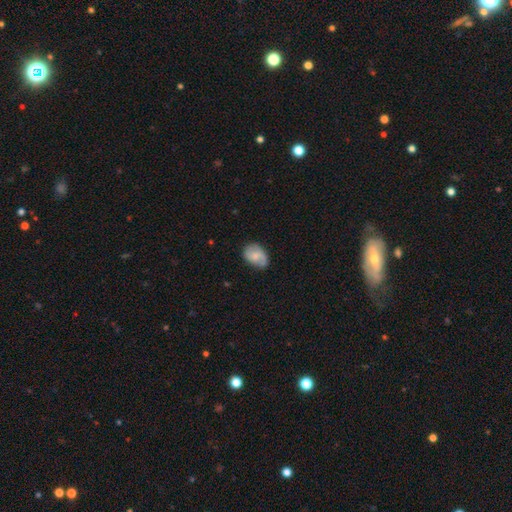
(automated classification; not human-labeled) Smooth or featured? Predicted: smooth (p=0.51). How rounded? Predicted: in between (p=0.79). Merging? Predicted: none (p=0.66).